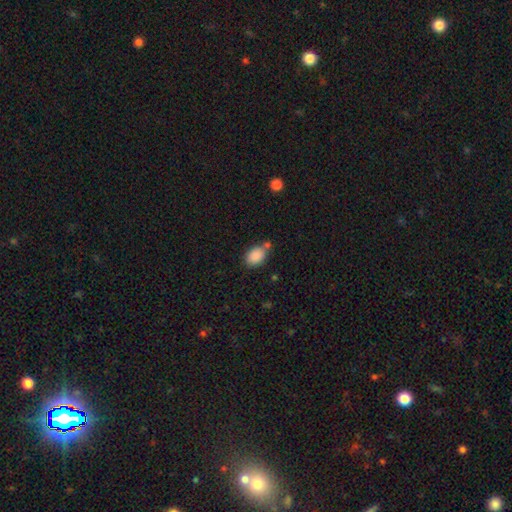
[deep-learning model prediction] Overall: smooth (87%). How rounded: in between (81%). Merging: none (63%).